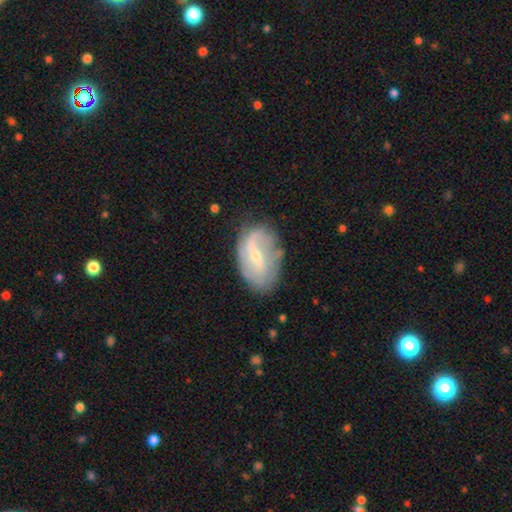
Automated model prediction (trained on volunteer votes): Q: Smooth or featured?
A: featured or disk (72%); runner-up: smooth (21%)
Q: Edge-on disk?
A: no (96%); runner-up: yes (4%)
Q: Bar?
A: weak (52%); runner-up: strong (28%)
Q: Spiral arms?
A: yes (82%); runner-up: no (18%)
Q: Spiral winding?
A: loose (48%); runner-up: medium (33%)
Q: Spiral arm count?
A: 2 (58%); runner-up: can't tell (20%)
Q: Bulge size?
A: small (65%); runner-up: moderate (29%)
Q: Merging?
A: none (65%); runner-up: minor disturbance (23%)